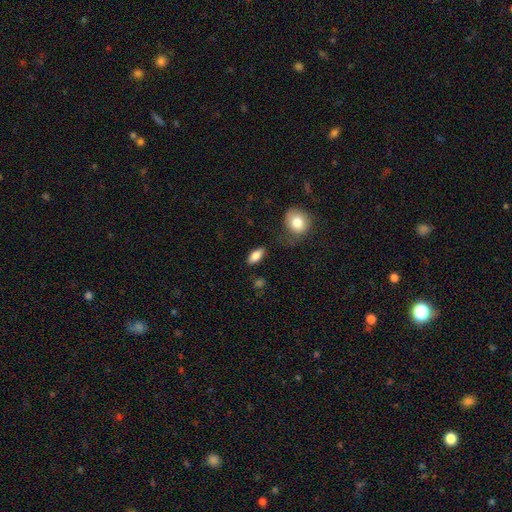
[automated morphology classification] This appears to be a smooth galaxy with no disk features (81%) that is in between round and cigar-shaped (85%). Merging: none (79%).